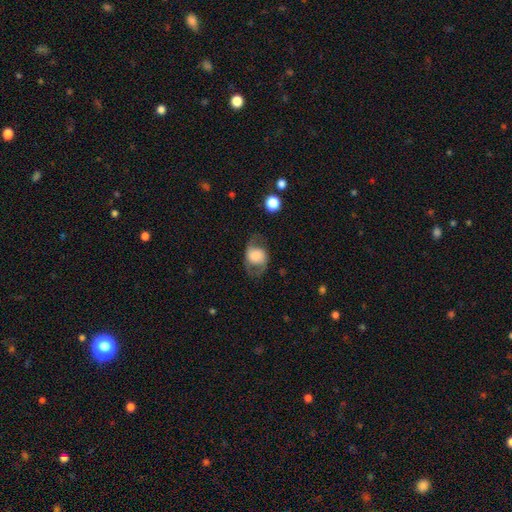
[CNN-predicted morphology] Smooth or featured: featured or disk — 47% (smooth — 46%)
Merging: none — 60% (minor disturbance — 21%)